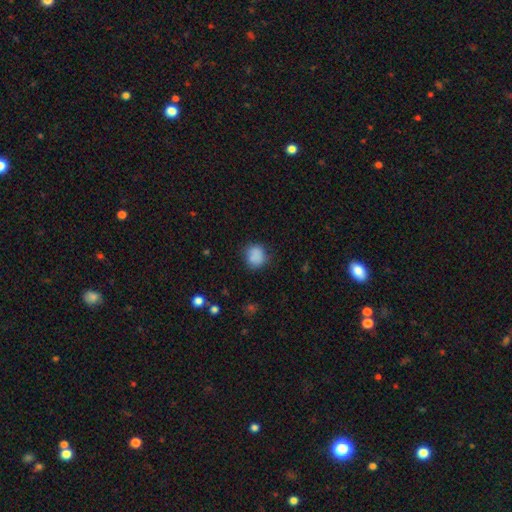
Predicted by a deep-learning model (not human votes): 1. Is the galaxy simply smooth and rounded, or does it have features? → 84% smooth, 10% star or artifact, 6% featured or disk.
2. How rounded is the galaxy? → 73% round, 26% in between, 1% cigar-shaped.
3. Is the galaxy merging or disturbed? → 74% none, 18% minor disturbance, 5% major disturbance, 3% merger.